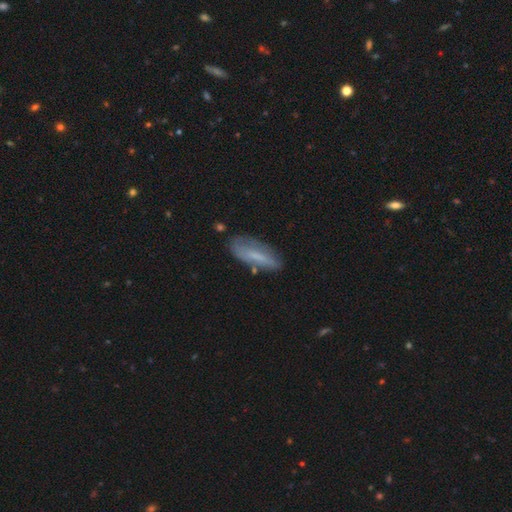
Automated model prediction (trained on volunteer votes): This is likely a smooth galaxy (60%). How rounded: possibly in between (50%). Merging: likely none (63%).